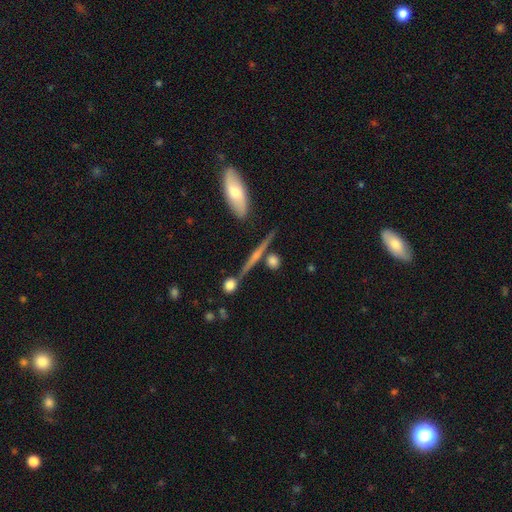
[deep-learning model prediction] This is possibly a featured or disk galaxy (52%). It is clearly viewed edge-on (82%). Merging: likely none (70%).